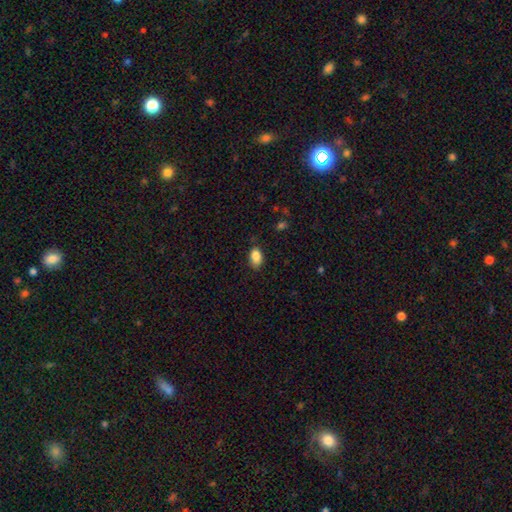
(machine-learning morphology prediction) Smooth or featured? smooth (87%)
How rounded? in between (90%)
Merging? none (75%)